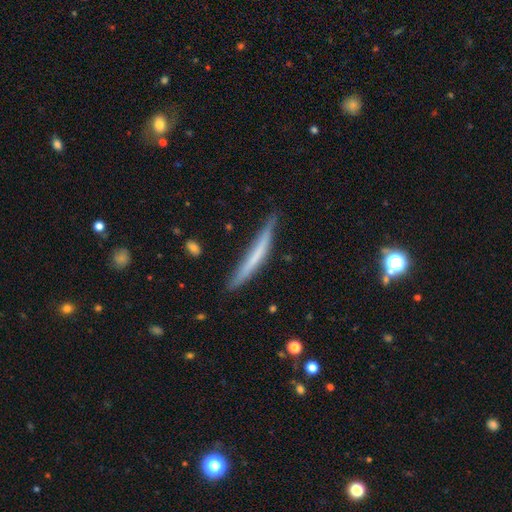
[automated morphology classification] A smooth galaxy with no disk features (54%) that is cigar-shaped (96%).

Vote fractions:
- Smooth or featured? smooth: 54% / featured or disk: 40% / star or artifact: 6%
- How rounded? cigar-shaped: 96% / in between: 3% / round: 1%
- Merging? none: 73% / minor disturbance: 21% / major disturbance: 4% / merger: 2%